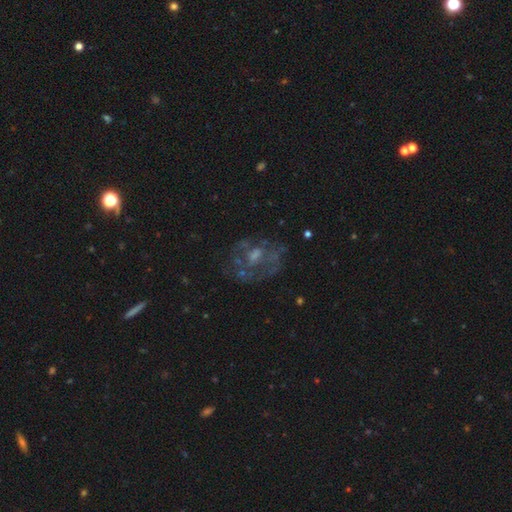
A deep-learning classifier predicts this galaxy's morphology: featured or disk 65%, smooth 20%, star or artifact 14%. Down the decision tree: edge-on disk — no (97%); bar — no (69%); spiral arms — no (64%); bulge size — moderate (40%); merging — none (54%).